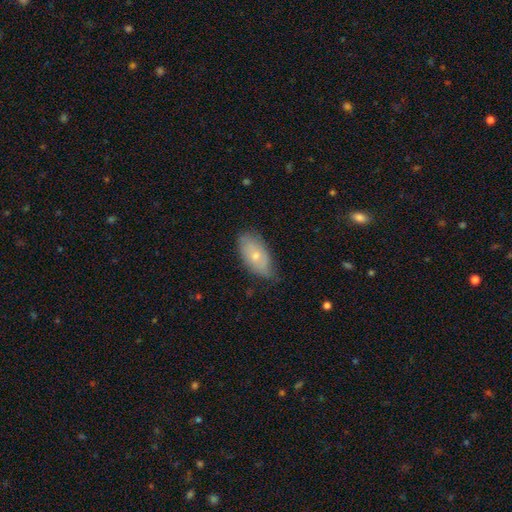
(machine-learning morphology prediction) Q: Smooth or featured?
A: smooth (63%); runner-up: featured or disk (31%)
Q: How rounded?
A: in between (92%); runner-up: round (4%)
Q: Merging?
A: none (61%); runner-up: minor disturbance (31%)